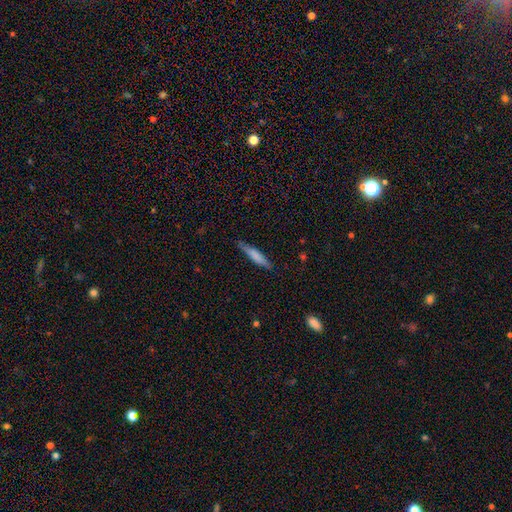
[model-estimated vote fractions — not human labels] Morphology: type=smooth (71%); roundness=cigar-shaped (88%); merging=none (82%).